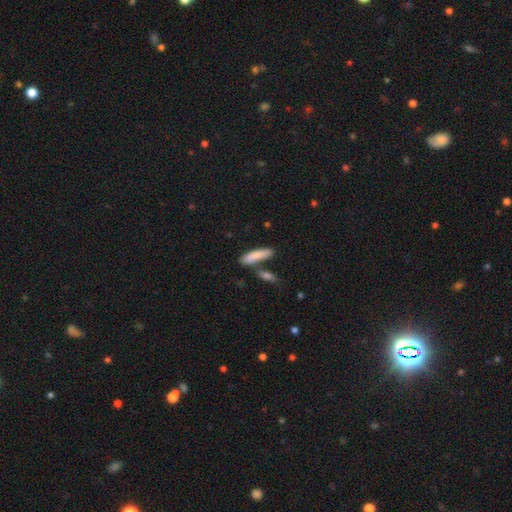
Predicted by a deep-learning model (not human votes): Overall: smooth (81%). How rounded: cigar-shaped (71%). Merging: none (60%; merger 22%).